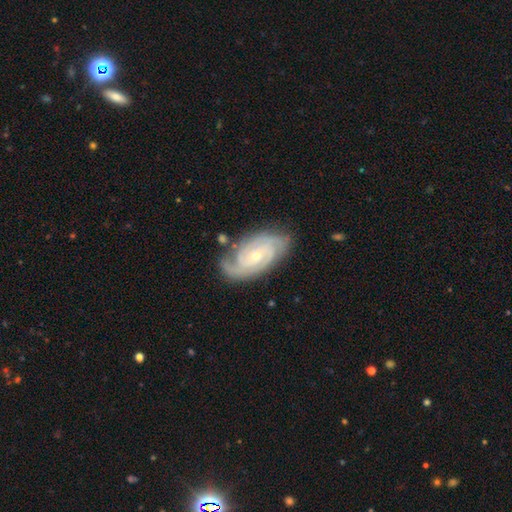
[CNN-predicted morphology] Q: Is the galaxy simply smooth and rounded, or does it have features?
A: featured or disk — 87%.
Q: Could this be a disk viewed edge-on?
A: no — 96%.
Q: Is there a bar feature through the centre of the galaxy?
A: no — 66%.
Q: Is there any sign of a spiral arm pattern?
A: yes — 97%.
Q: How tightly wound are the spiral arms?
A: tight — 68%.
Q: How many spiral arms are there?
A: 3 — 36%.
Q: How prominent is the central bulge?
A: small — 62%.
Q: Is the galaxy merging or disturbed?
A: none — 75%.